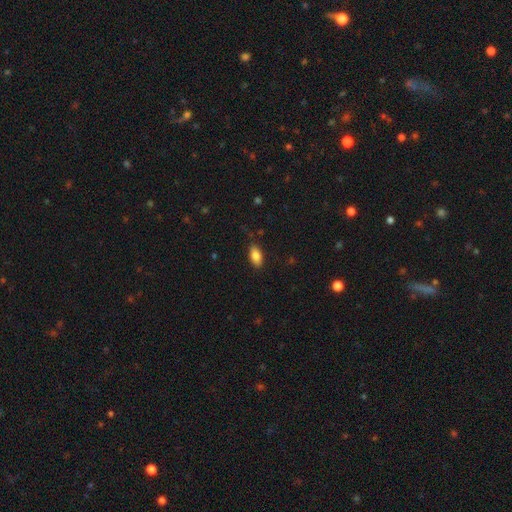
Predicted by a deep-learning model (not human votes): smooth-or-featured: smooth: 86% | star or artifact: 8% | featured or disk: 7%
  how-rounded: in between: 90% | cigar-shaped: 7% | round: 3%
  merging: none: 83% | minor disturbance: 13% | major disturbance: 3% | merger: 1%